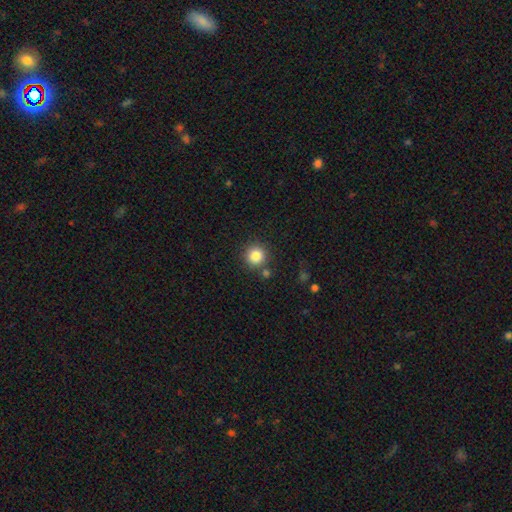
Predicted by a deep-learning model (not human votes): smooth-or-featured: smooth: 84% | star or artifact: 11% | featured or disk: 6%
  how-rounded: round: 94% | in between: 5% | cigar-shaped: 1%
  merging: none: 83% | minor disturbance: 8% | merger: 7% | major disturbance: 3%